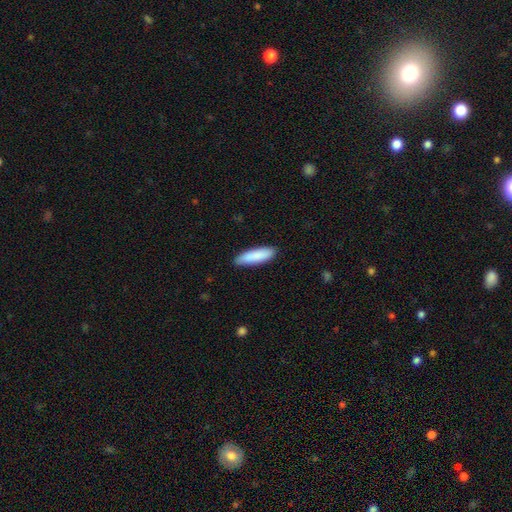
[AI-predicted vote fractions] Morphology: type=smooth (88%); roundness=cigar-shaped (60%); merging=none (89%).